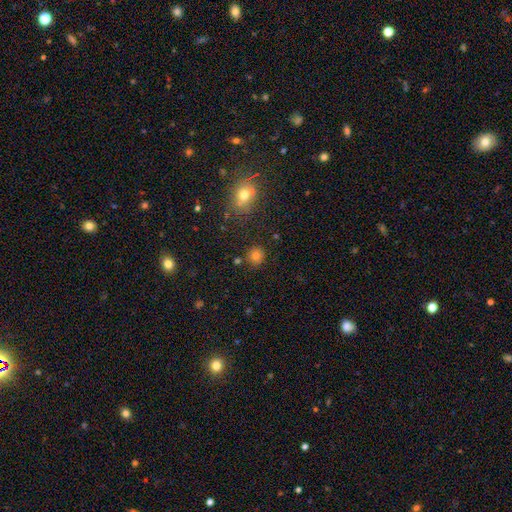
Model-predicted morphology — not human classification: Overall: smooth (76%). How rounded: round (86%). Merging: none (82%).